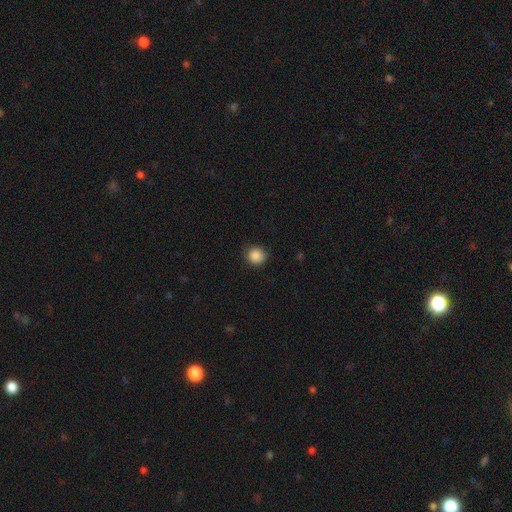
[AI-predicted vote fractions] A smooth galaxy with no disk features (88%) that is round (89%).

Vote fractions:
- Smooth or featured? smooth: 88% / star or artifact: 10% / featured or disk: 3%
- How rounded? round: 89% / in between: 10% / cigar-shaped: 1%
- Merging? none: 84% / minor disturbance: 12% / major disturbance: 3% / merger: 1%